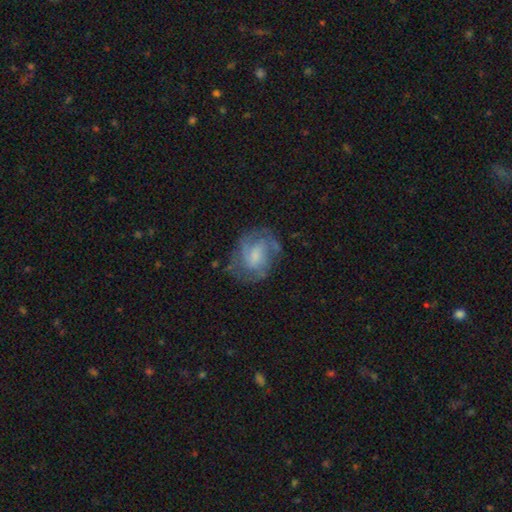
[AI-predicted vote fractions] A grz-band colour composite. It shows a featured or disk galaxy (65%) with no bar (50%), medium (43%) spiral arms (82%) and a small central bulge (47%). Merging: none (62%).